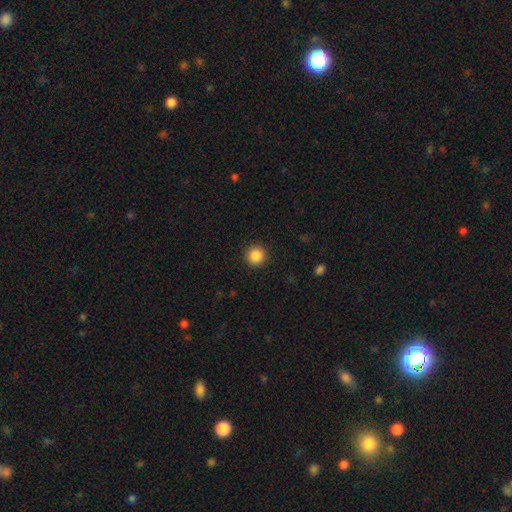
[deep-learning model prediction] Smooth or featured? smooth (87%)
How rounded? round (95%)
Merging? none (92%)